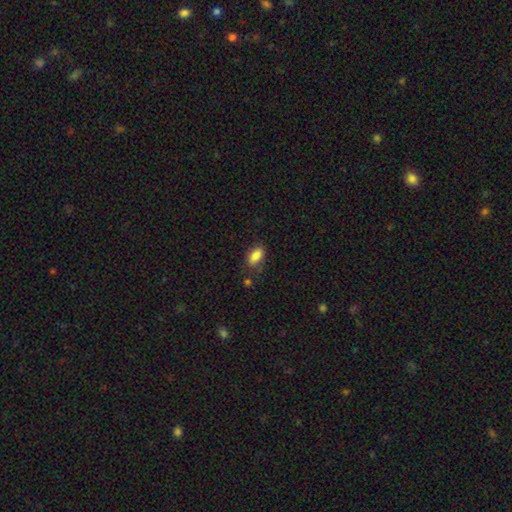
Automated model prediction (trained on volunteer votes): The model was most divided on "merging": none: 73%, minor disturbance: 19%, major disturbance: 5%, merger: 3%. More confident: how rounded — in between (87%); smooth or featured — smooth (85%).